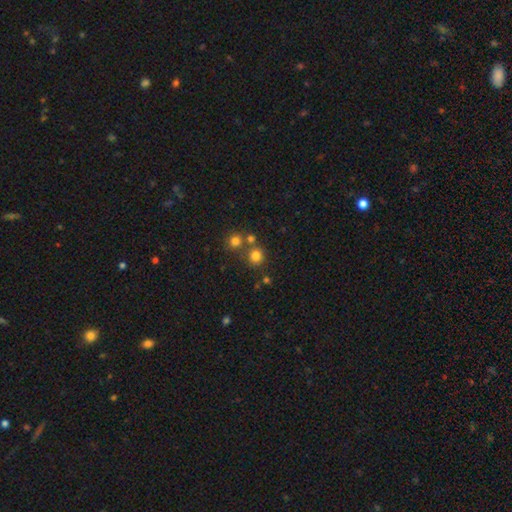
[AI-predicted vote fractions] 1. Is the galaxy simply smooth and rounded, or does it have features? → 76% smooth, 17% star or artifact, 7% featured or disk.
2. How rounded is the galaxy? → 90% round, 9% in between, 1% cigar-shaped.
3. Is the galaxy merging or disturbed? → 71% none, 19% merger, 7% minor disturbance, 3% major disturbance.